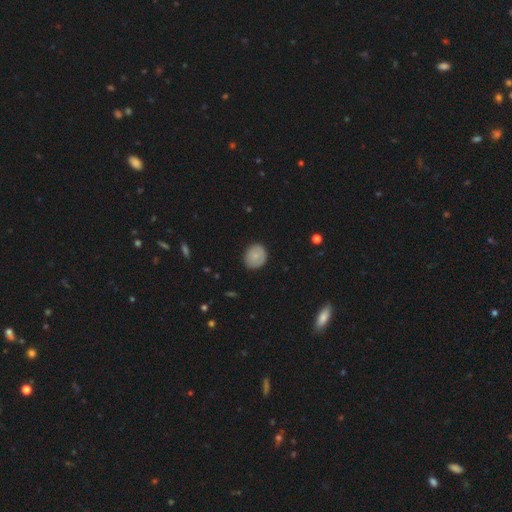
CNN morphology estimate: A smooth galaxy with no disk features (75%) that is round (68%).

Vote fractions:
- Smooth or featured? smooth: 75% / featured or disk: 17% / star or artifact: 8%
- How rounded? round: 68% / in between: 31% / cigar-shaped: 1%
- Merging? none: 84% / minor disturbance: 13% / major disturbance: 3% / merger: 1%